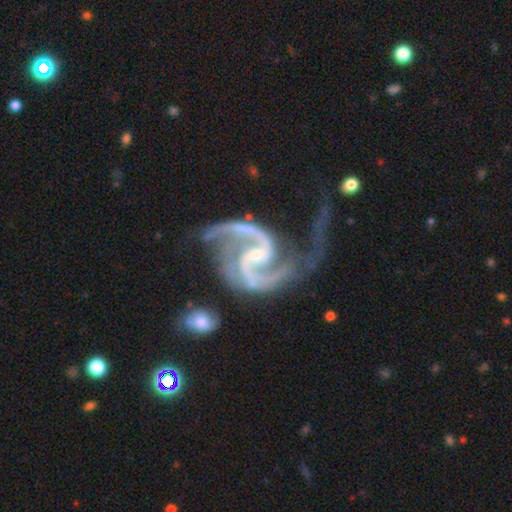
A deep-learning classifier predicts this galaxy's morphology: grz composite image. It shows a featured or disk galaxy (94%) with a weak bar (42%), 2 (89%) medium (59%) spiral arms (99%) and a small central bulge (69%). Merging: none (38%).